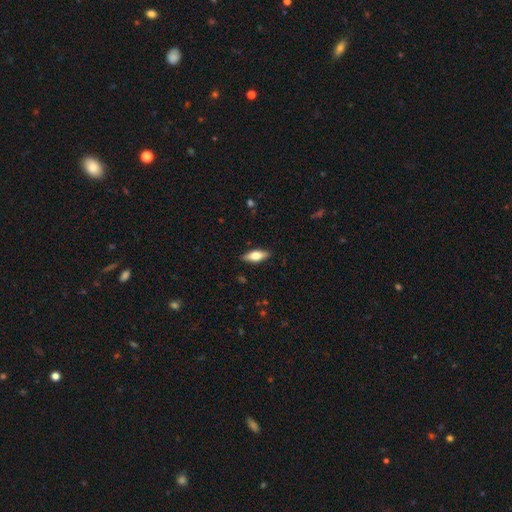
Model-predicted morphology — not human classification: Smooth or featured? Predicted: smooth (p=0.60). How rounded? Predicted: in between (p=0.69). Merging? Predicted: none (p=0.88).